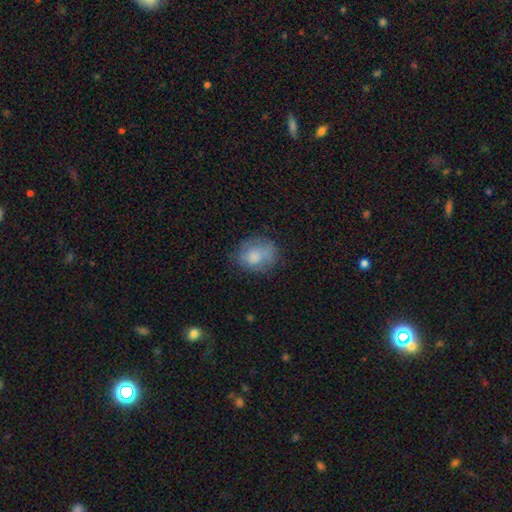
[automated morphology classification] Smooth or featured? smooth (73%)
How rounded? round (51%)
Merging? none (60%)